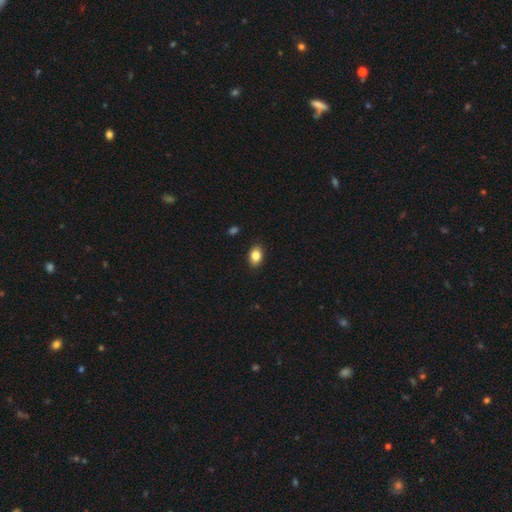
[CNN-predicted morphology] Smooth or featured?
  - smooth: 85% *
  - star or artifact: 9%
  - featured or disk: 7%
How rounded?
  - in between: 80% *
  - round: 19%
  - cigar-shaped: 1%
Merging?
  - none: 89% *
  - minor disturbance: 8%
  - major disturbance: 2%
  - merger: 1%